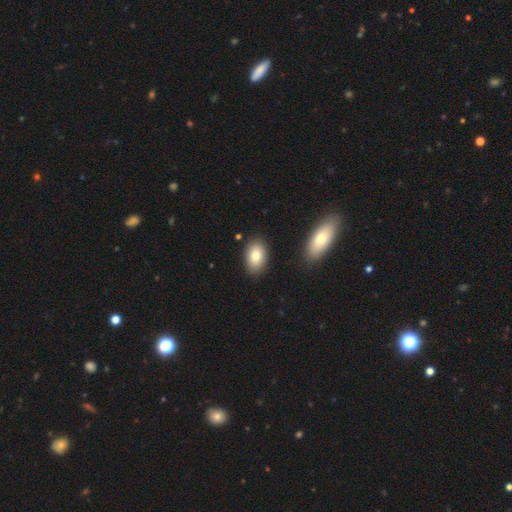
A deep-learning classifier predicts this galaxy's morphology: Q: Smooth or featured?
A: smooth (80%); runner-up: featured or disk (13%)
Q: How rounded?
A: in between (90%); runner-up: round (8%)
Q: Merging?
A: none (85%); runner-up: minor disturbance (9%)